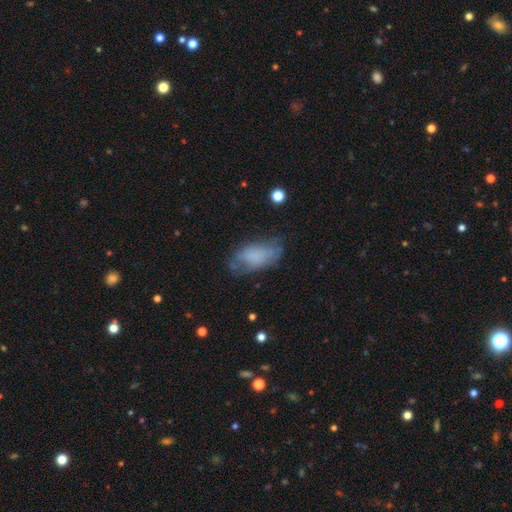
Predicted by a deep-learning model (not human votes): Smooth or featured: smooth — 66% (featured or disk — 24%)
How rounded: in between — 91% (cigar-shaped — 5%)
Merging: none — 48% (minor disturbance — 31%)